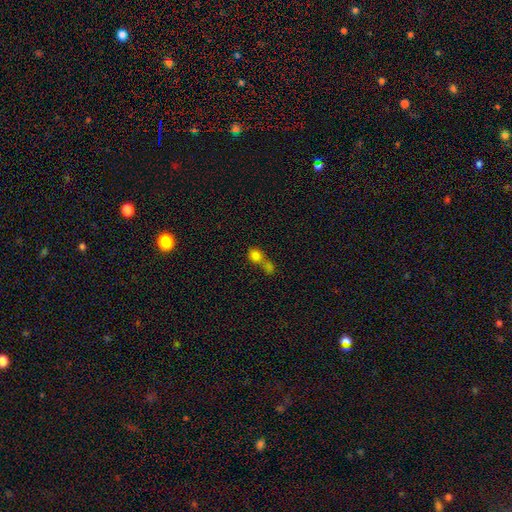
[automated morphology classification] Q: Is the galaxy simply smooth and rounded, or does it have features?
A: smooth — 80%.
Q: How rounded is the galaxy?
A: round — 63%.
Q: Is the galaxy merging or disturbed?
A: merger — 66%.